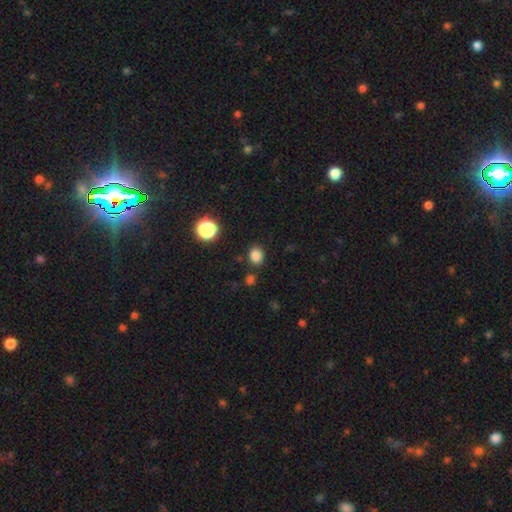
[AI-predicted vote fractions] Smooth or featured: smooth — 82% (star or artifact — 14%)
How rounded: round — 53% (in between — 46%)
Merging: none — 83% (minor disturbance — 10%)